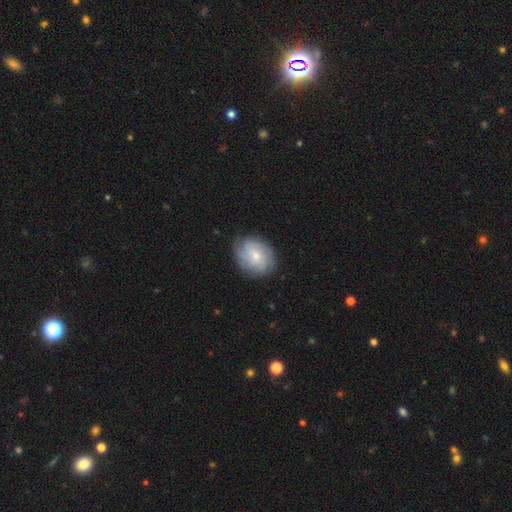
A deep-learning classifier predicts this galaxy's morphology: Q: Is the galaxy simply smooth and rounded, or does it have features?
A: featured or disk — 59%.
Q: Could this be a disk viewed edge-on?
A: no — 97%.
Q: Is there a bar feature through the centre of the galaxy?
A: no — 69%.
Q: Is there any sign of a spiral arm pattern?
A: yes — 90%.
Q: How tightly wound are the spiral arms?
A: tight — 63%.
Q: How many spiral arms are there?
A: can't tell — 47%.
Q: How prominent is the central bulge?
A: small — 65%.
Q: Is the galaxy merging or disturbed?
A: none — 78%.